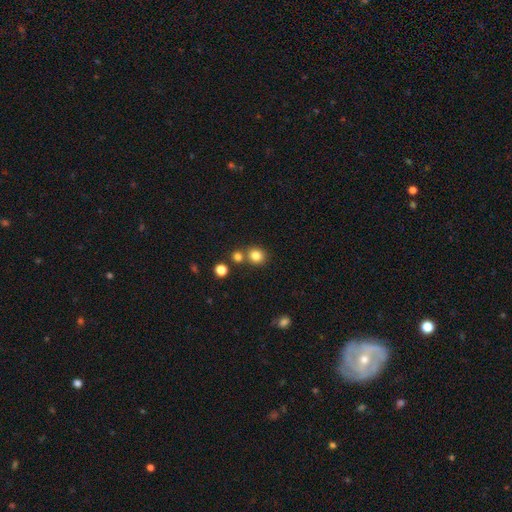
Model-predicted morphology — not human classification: Q: Smooth or featured?
A: smooth (81%); runner-up: star or artifact (12%)
Q: How rounded?
A: round (85%); runner-up: in between (14%)
Q: Merging?
A: none (69%); runner-up: merger (20%)